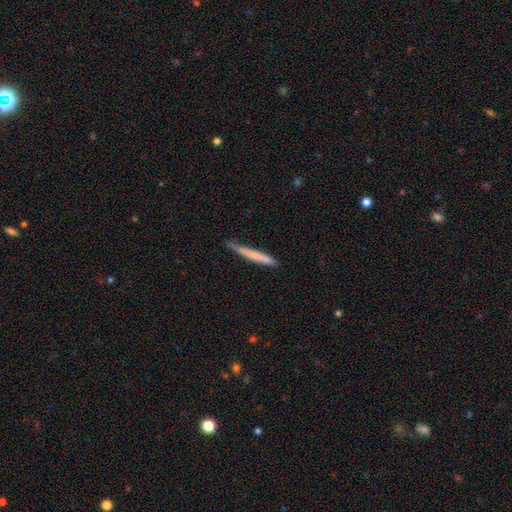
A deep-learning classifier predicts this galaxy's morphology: A smooth galaxy with no disk features (69%) that is cigar-shaped (97%).

Vote fractions:
- Smooth or featured? smooth: 69% / featured or disk: 26% / star or artifact: 6%
- How rounded? cigar-shaped: 97% / in between: 2% / round: 1%
- Merging? none: 77% / minor disturbance: 19% / major disturbance: 3% / merger: 2%